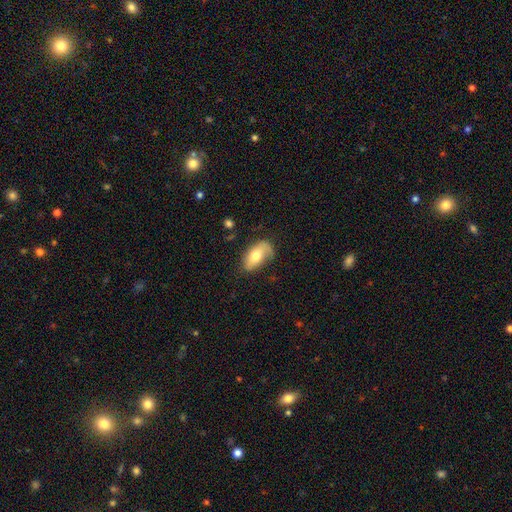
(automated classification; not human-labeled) A smooth galaxy with no disk features (64%) that is in between round and cigar-shaped (91%). Merging: none (56%).